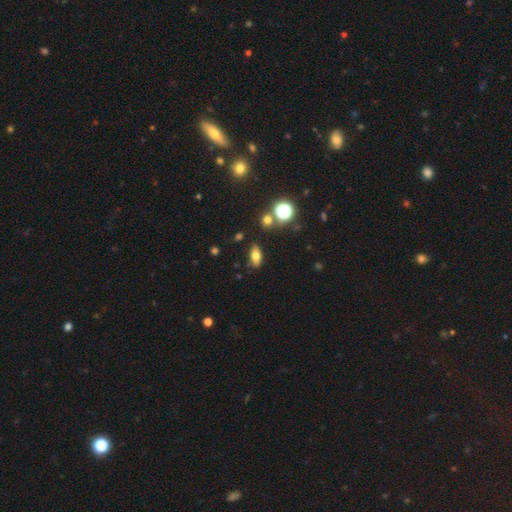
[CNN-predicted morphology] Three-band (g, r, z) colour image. It shows a smooth galaxy with no disk features (72%) that is in between round and cigar-shaped (81%). Merging: none (82%).